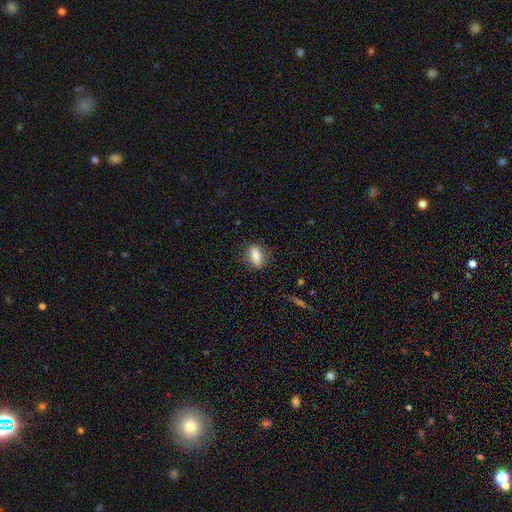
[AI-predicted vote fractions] Smooth or featured? smooth (78%)
How rounded? in between (73%)
Merging? none (81%)